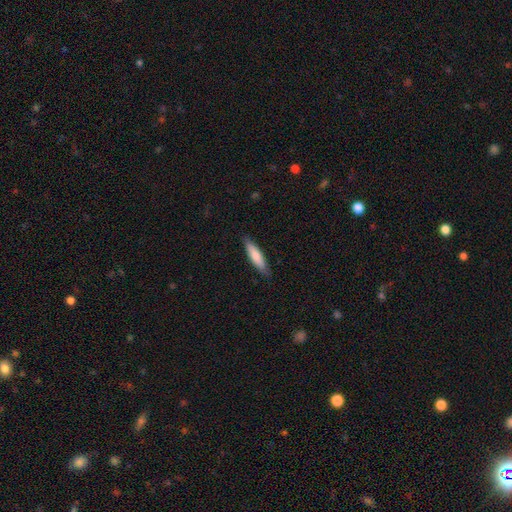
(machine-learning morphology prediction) smooth 77%, featured or disk 18%, star or artifact 5%. Down the decision tree: how rounded — cigar-shaped (76%); merging — none (85%).